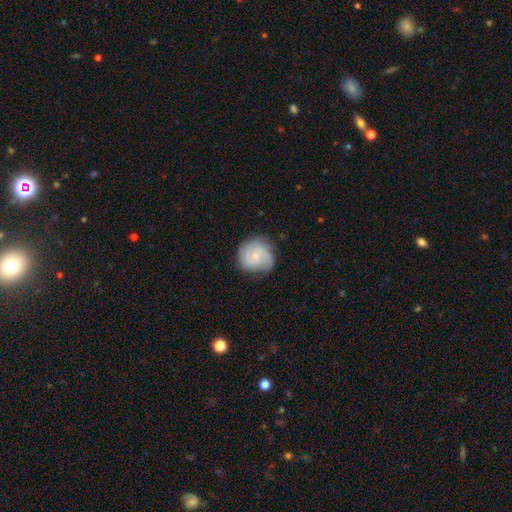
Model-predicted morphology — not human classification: Q: Smooth or featured?
A: featured or disk (59%); runner-up: smooth (34%)
Q: Edge-on disk?
A: no (98%); runner-up: yes (2%)
Q: Bar?
A: no (64%); runner-up: weak (32%)
Q: Spiral arms?
A: yes (91%); runner-up: no (9%)
Q: Spiral winding?
A: tight (42%); runner-up: medium (41%)
Q: Spiral arm count?
A: 2 (37%); runner-up: can't tell (26%)
Q: Bulge size?
A: small (71%); runner-up: moderate (20%)
Q: Merging?
A: none (74%); runner-up: minor disturbance (19%)